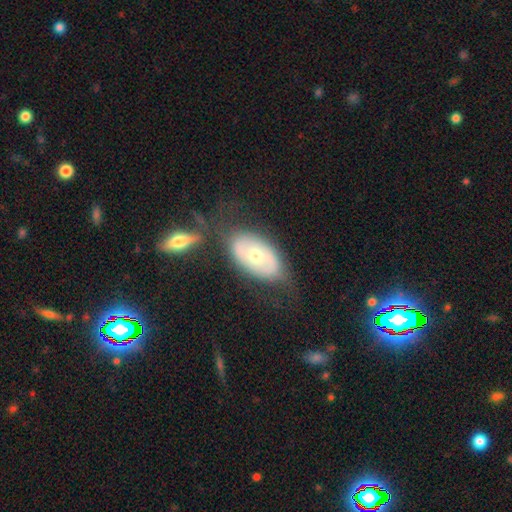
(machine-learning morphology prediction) Q: Smooth or featured?
A: featured or disk (51%); runner-up: smooth (42%)
Q: Edge-on disk?
A: no (89%); runner-up: yes (11%)
Q: Merging?
A: none (58%); runner-up: minor disturbance (18%)